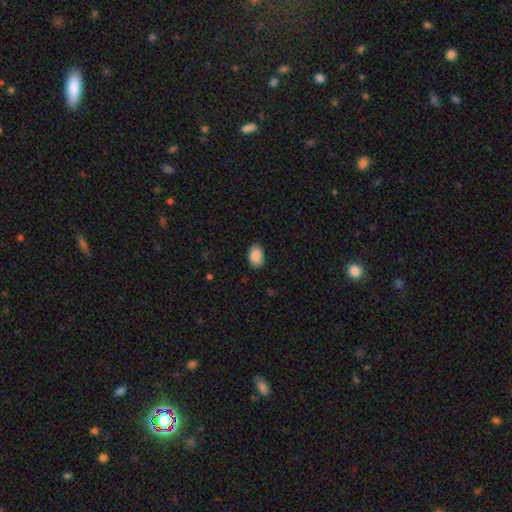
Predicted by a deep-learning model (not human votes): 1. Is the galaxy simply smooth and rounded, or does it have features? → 89% smooth, 7% star or artifact, 4% featured or disk.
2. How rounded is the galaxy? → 84% in between, 15% round, 1% cigar-shaped.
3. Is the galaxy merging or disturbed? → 86% none, 11% minor disturbance, 2% major disturbance, 1% merger.